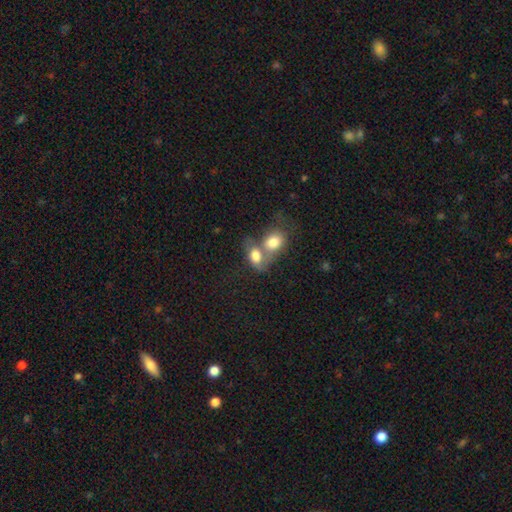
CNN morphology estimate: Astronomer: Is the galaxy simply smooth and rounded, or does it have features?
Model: smooth — 78%.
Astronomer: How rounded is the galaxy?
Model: in between — 75%.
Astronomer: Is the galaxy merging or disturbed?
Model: merger — 71%.